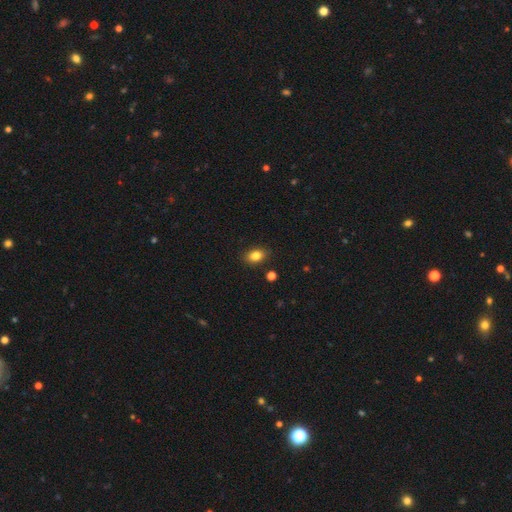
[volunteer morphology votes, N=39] type=smooth (90%); roundness=in between (89%); merging=none (92%).